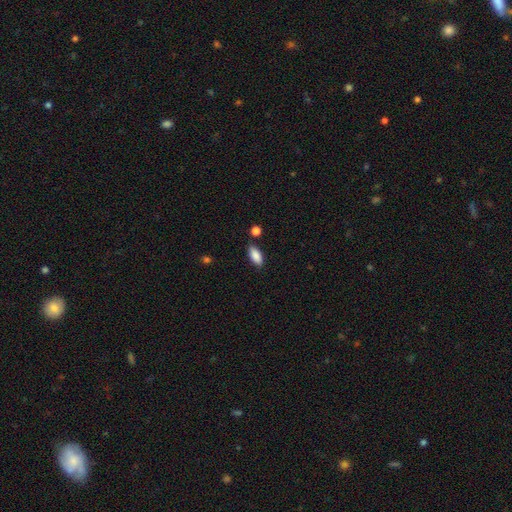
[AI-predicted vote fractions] Morphology: type=smooth (88%); roundness=in between (87%); merging=none (82%).